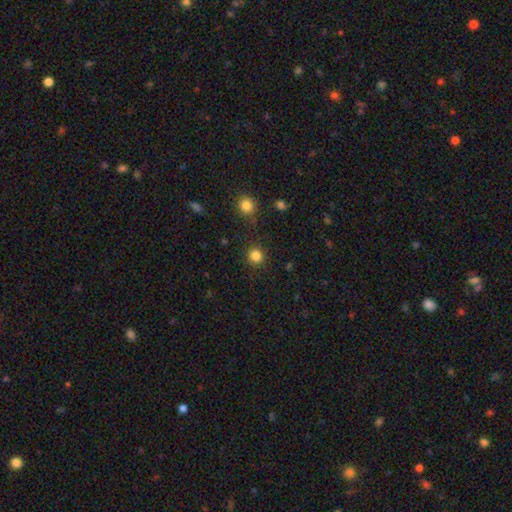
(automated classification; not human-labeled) Smooth or featured? smooth (84%)
How rounded? round (89%)
Merging? none (89%)